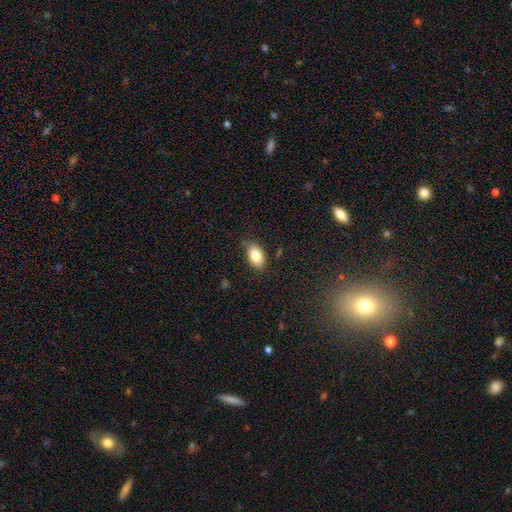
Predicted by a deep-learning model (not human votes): Smooth or featured? smooth (83%)
How rounded? in between (92%)
Merging? none (84%)